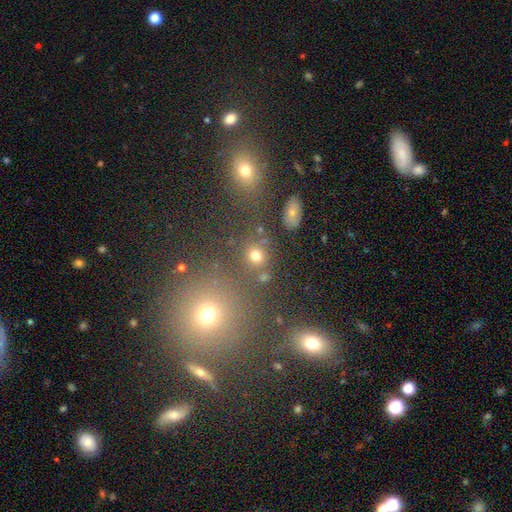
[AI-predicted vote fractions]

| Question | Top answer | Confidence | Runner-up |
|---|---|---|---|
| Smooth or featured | smooth | 72% | star or artifact (20%) |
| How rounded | round | 81% | in between (17%) |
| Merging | none | 71% | merger (14%) |